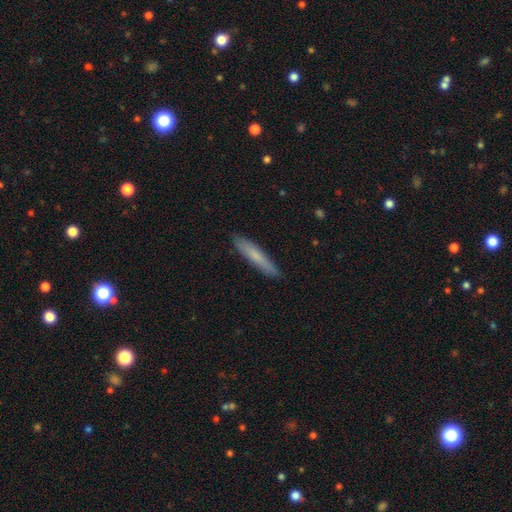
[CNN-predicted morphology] Smooth or featured: smooth — 72% (featured or disk — 22%)
How rounded: cigar-shaped — 92% (in between — 7%)
Merging: none — 90% (minor disturbance — 8%)